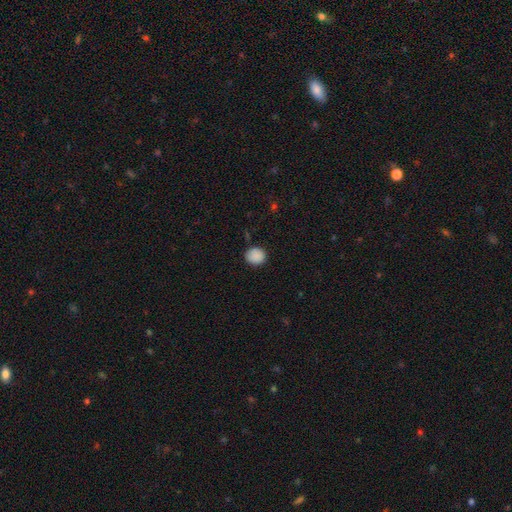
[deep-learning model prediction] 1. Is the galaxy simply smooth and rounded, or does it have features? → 89% smooth, 8% star or artifact, 3% featured or disk.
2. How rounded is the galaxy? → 81% round, 18% in between, 1% cigar-shaped.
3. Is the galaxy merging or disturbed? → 86% none, 10% minor disturbance, 2% major disturbance, 1% merger.